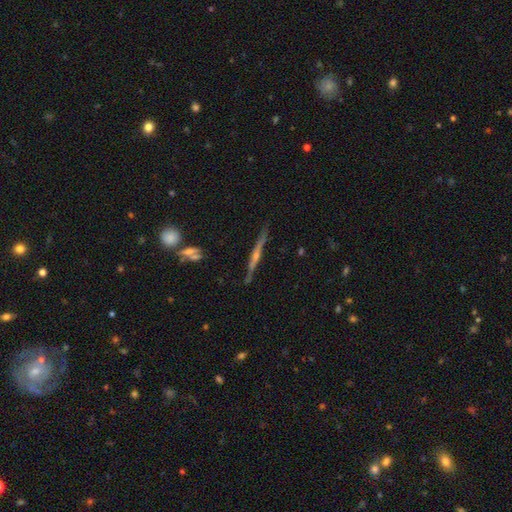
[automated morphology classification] smooth_or_featured: featured or disk (p=0.77) [alt: smooth p=0.16]
disk_edge_on: yes (p=0.97) [alt: no p=0.03]
edge_on_bulge: rounded (p=0.73) [alt: none p=0.18]
merging: none (p=0.85) [alt: minor disturbance p=0.11]